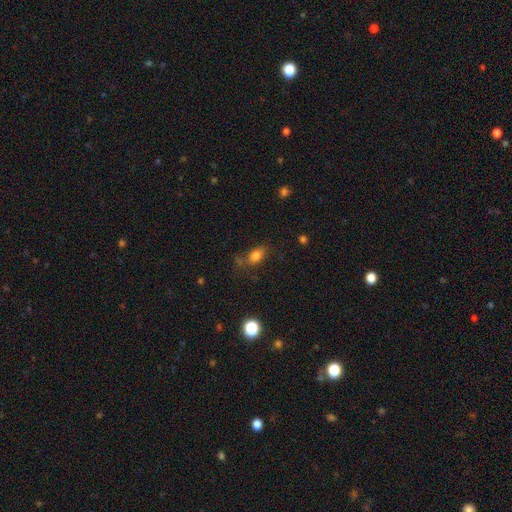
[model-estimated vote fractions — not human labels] This is likely a smooth galaxy (78%). How rounded: likely in between (79%). Merging: likely none (64%).